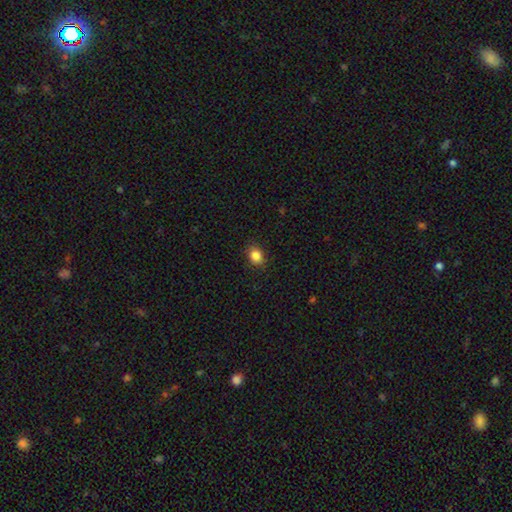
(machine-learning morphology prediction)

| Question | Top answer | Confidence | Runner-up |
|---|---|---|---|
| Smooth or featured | smooth | 86% | star or artifact (10%) |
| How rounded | round | 49% | tied: in between (49%) |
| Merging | none | 86% | minor disturbance (10%) |